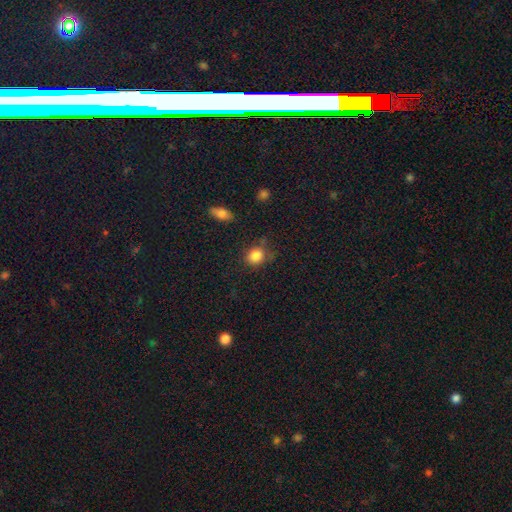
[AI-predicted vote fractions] The model was most divided on "how rounded": round: 64%, in between: 35%, cigar-shaped: 1%. More confident: smooth or featured — smooth (85%); merging — none (71%).